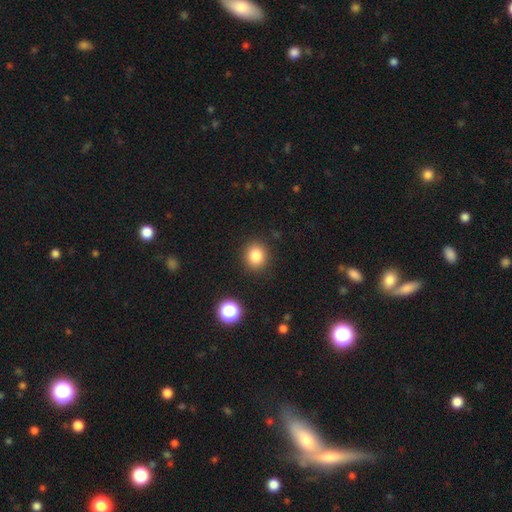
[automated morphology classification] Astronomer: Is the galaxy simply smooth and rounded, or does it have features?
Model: smooth — 83%.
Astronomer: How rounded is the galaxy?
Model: round — 78%.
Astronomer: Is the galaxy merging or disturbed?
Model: none — 89%.